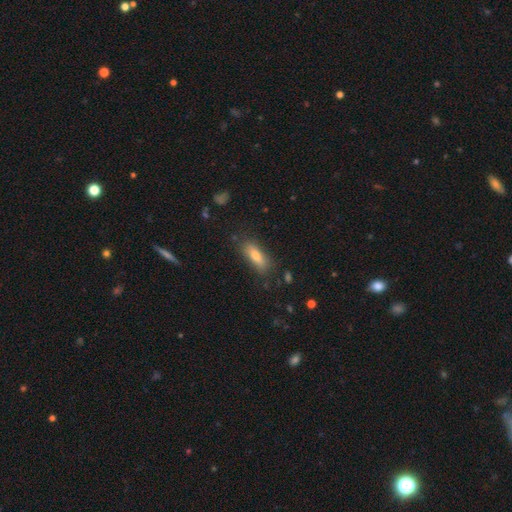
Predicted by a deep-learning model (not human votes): Morphology: type=smooth (74%); roundness=in between (66%); merging=none (77%).